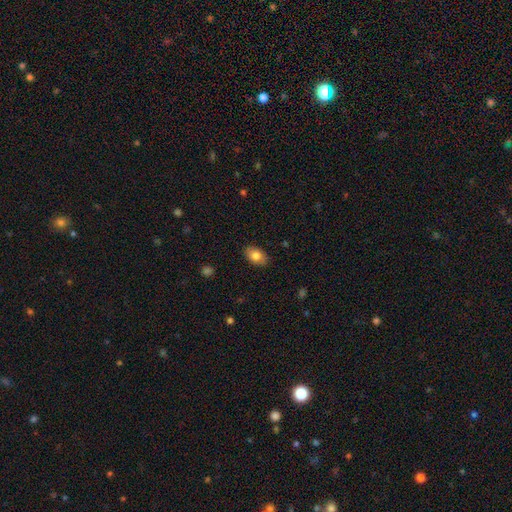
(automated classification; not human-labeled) Smooth or featured?
  - smooth: 83% *
  - featured or disk: 10%
  - star or artifact: 7%
How rounded?
  - in between: 90% *
  - round: 9%
  - cigar-shaped: 1%
Merging?
  - none: 87% *
  - minor disturbance: 9%
  - major disturbance: 2%
  - merger: 1%